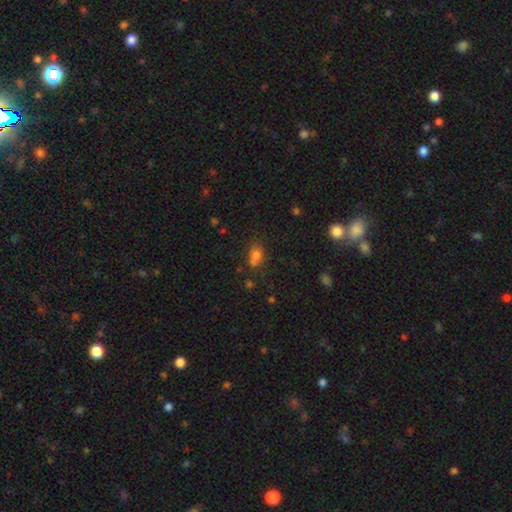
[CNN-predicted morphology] smooth_or_featured: smooth (p=0.72) [alt: star or artifact p=0.16]
how_rounded: in between (p=0.67) [alt: round p=0.30]
merging: none (p=0.47) [alt: merger p=0.27]